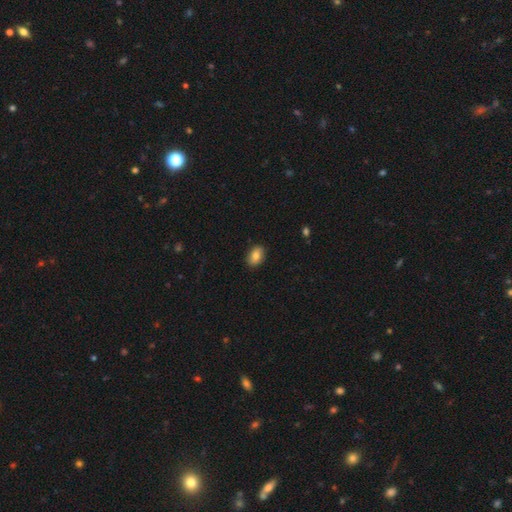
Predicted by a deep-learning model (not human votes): Smooth or featured? smooth (81%)
How rounded? in between (86%)
Merging? none (88%)